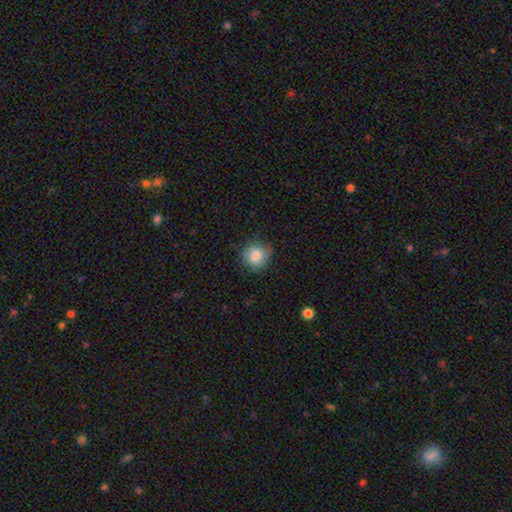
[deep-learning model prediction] This appears to be a smooth galaxy with no disk features (79%) that is round (83%). Merging: none (75%).